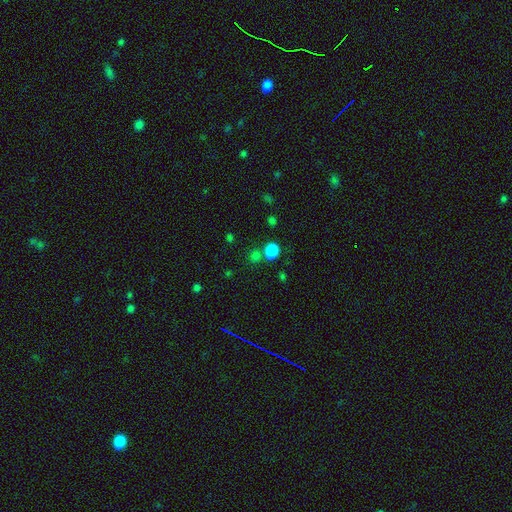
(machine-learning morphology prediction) smooth-or-featured: smooth: 82% | star or artifact: 14% | featured or disk: 4%
  how-rounded: round: 61% | in between: 38% | cigar-shaped: 1%
  merging: none: 68% | merger: 18% | minor disturbance: 10% | major disturbance: 4%